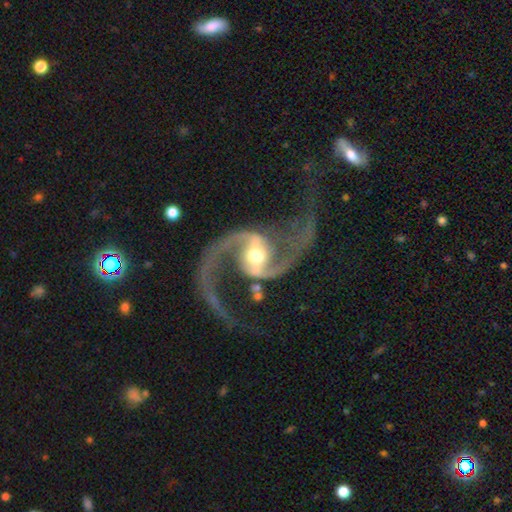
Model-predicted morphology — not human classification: Q: Smooth or featured?
A: featured or disk (94%); runner-up: star or artifact (4%)
Q: Edge-on disk?
A: no (98%); runner-up: yes (2%)
Q: Bar?
A: strong (47%); runner-up: weak (34%)
Q: Spiral arms?
A: yes (98%); runner-up: no (2%)
Q: Spiral winding?
A: loose (63%); runner-up: medium (30%)
Q: Spiral arm count?
A: 2 (95%); runner-up: 1 (1%)
Q: Bulge size?
A: moderate (71%); runner-up: small (16%)
Q: Merging?
A: none (70%); runner-up: major disturbance (13%)